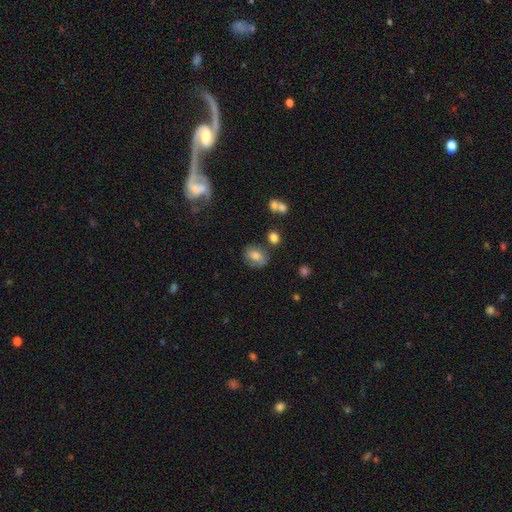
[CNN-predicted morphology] smooth_or_featured: smooth (p=0.73) [alt: featured or disk p=0.17]
how_rounded: in between (p=0.66) [alt: round p=0.32]
merging: none (p=0.72) [alt: minor disturbance p=0.17]